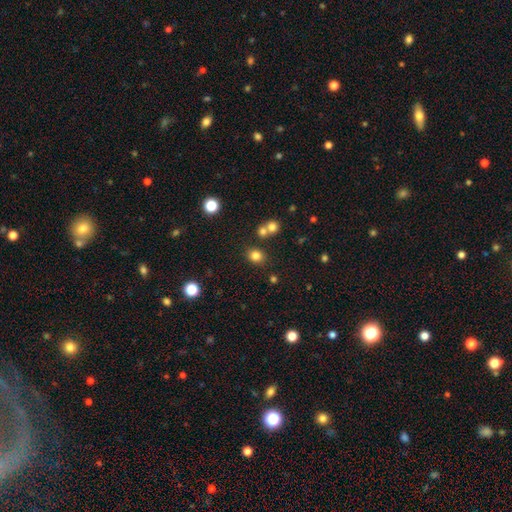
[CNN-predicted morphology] This is likely a smooth galaxy (80%). How rounded: likely round (70%). Merging: likely none (76%).